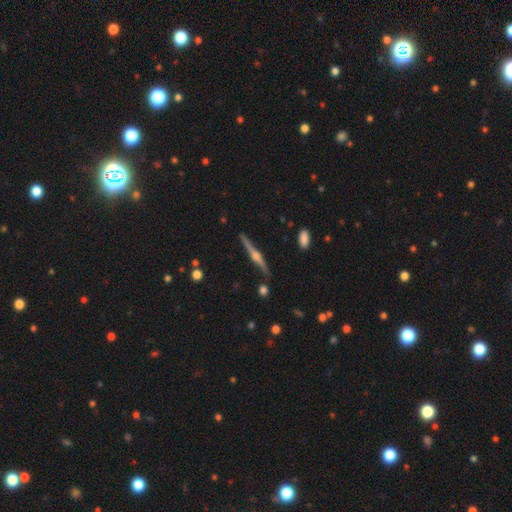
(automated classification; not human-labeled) featured or disk 83%, smooth 11%, star or artifact 6%. Down the decision tree: edge-on disk — yes (98%); edge-on bulge — rounded (89%); merging — none (88%).